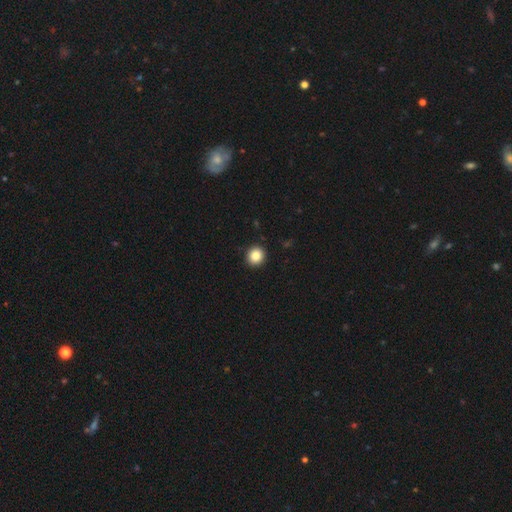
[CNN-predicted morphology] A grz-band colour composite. It shows a smooth galaxy with no disk features (86%) that is round (88%). Merging: none (92%).